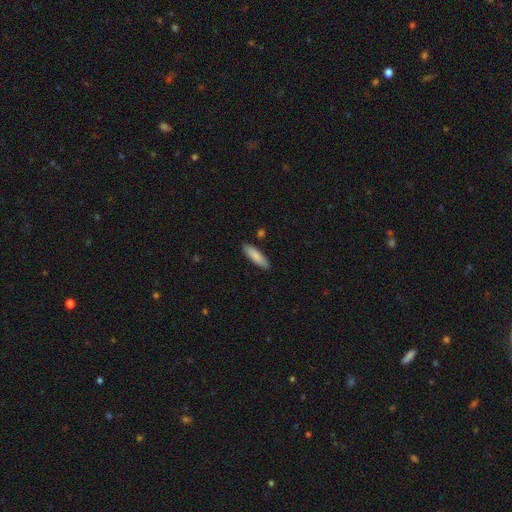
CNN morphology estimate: Smooth or featured: smooth — 85% (featured or disk — 10%)
How rounded: cigar-shaped — 56% (in between — 43%)
Merging: none — 88% (minor disturbance — 9%)